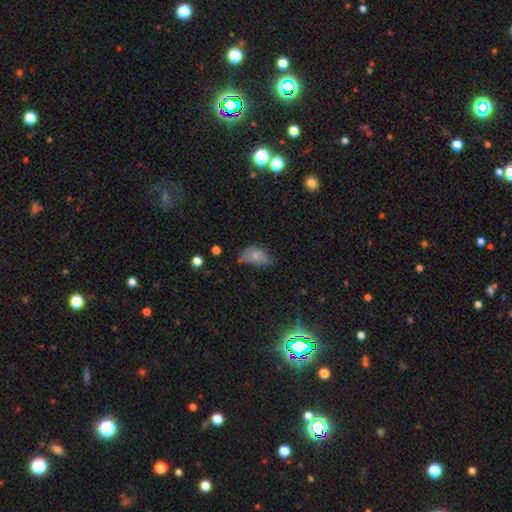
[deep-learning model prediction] Overall: smooth (70%). How rounded: in between (89%). Merging: none (40%; minor disturbance 36%).